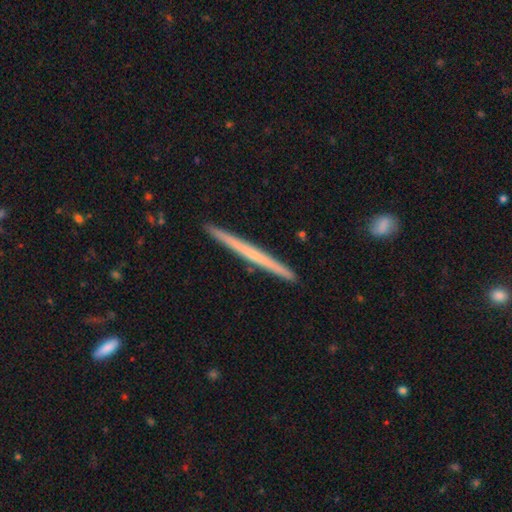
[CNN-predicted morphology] Smooth or featured? Predicted: featured or disk (p=0.56). Edge-on disk? Predicted: yes (p=0.98). Edge-on bulge? Predicted: none (p=0.82). Merging? Predicted: none (p=0.92).